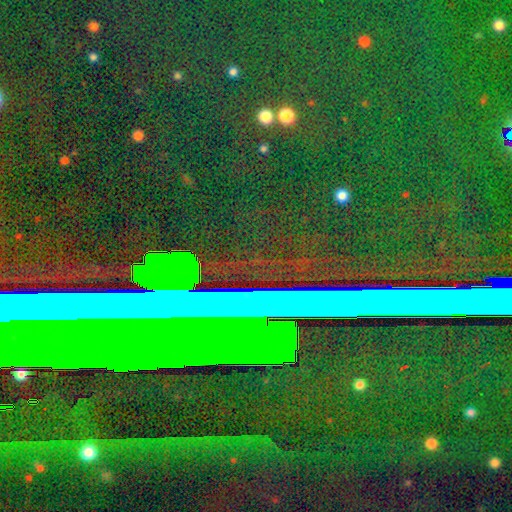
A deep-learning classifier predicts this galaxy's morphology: Smooth or featured: star or artifact — 88% (featured or disk — 6%)